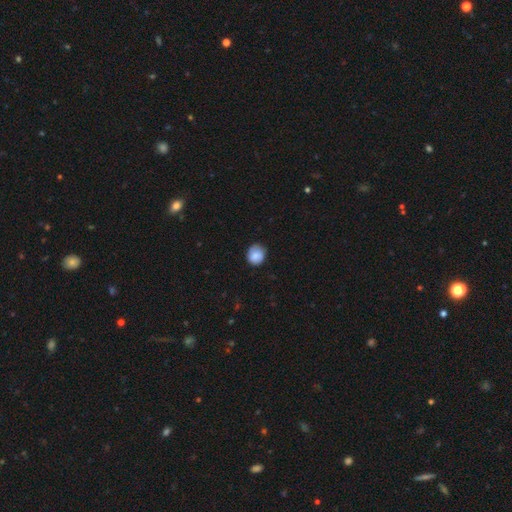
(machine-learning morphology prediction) type=smooth (85%); roundness=round (80%); merging=none (74%).